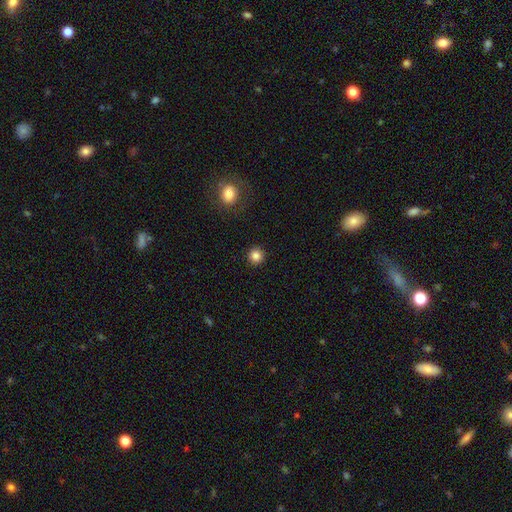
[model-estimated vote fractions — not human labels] A smooth galaxy with no disk features (84%) that is round (95%).

Vote fractions:
- Smooth or featured? smooth: 84% / star or artifact: 11% / featured or disk: 5%
- How rounded? round: 95% / in between: 4% / cigar-shaped: 1%
- Merging? none: 93% / minor disturbance: 4% / major disturbance: 2% / merger: 1%